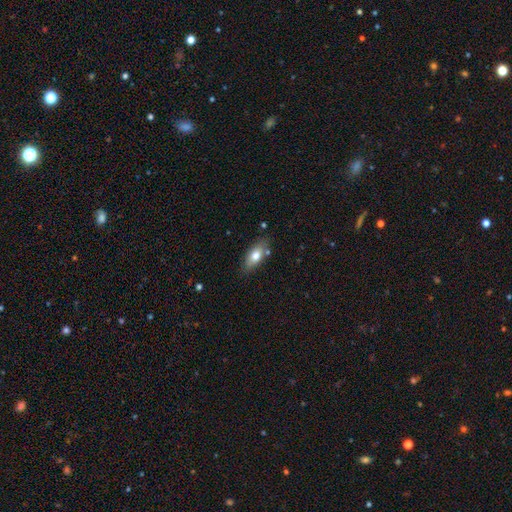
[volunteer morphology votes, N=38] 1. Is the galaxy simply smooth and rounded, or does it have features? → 82% smooth, 13% featured or disk, 5% star or artifact.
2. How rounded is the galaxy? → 81% in between, 19% cigar-shaped, 0% round.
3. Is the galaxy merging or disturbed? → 67% none, 17% minor disturbance, 11% merger, 6% major disturbance.